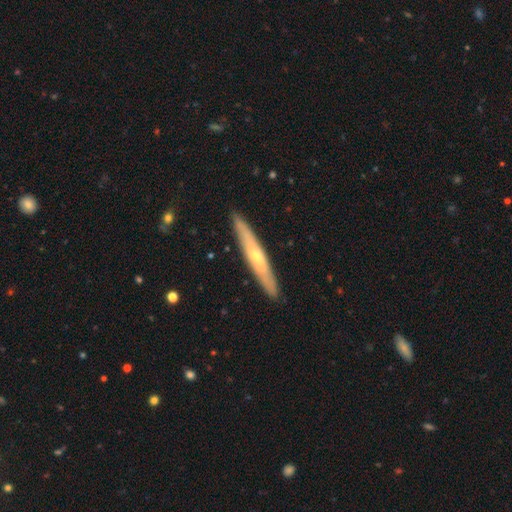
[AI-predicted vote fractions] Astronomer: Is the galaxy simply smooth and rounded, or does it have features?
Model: featured or disk — 54% (runner-up: smooth, 41%).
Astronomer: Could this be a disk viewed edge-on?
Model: yes — 90%.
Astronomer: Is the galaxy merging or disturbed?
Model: none — 91%.